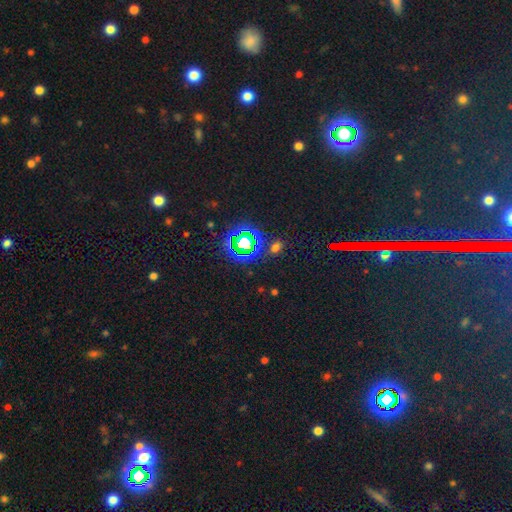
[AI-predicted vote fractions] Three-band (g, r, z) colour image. It shows a star or artifact, not a galaxy (81%).